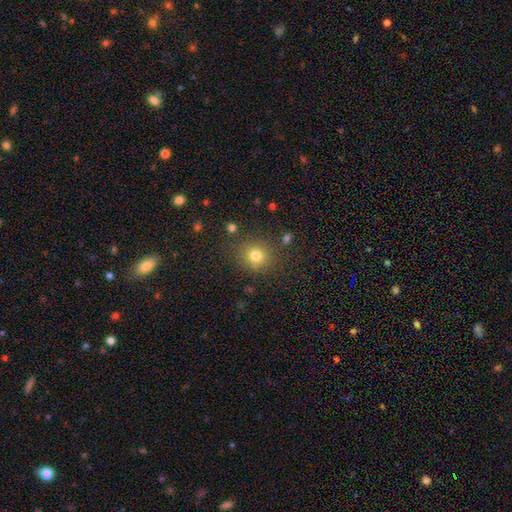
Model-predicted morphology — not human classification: Q: Smooth or featured?
A: smooth (77%); runner-up: star or artifact (15%)
Q: How rounded?
A: round (84%); runner-up: in between (15%)
Q: Merging?
A: none (83%); runner-up: minor disturbance (10%)